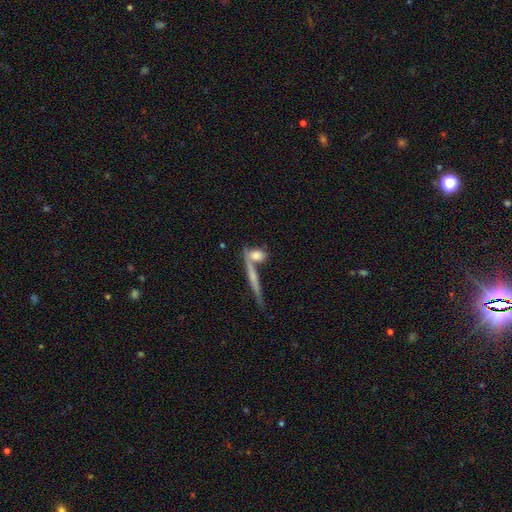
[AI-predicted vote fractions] Smooth or featured? Predicted: smooth (p=0.68). How rounded? Predicted: in between (p=0.54). Merging? Predicted: none (p=0.45).